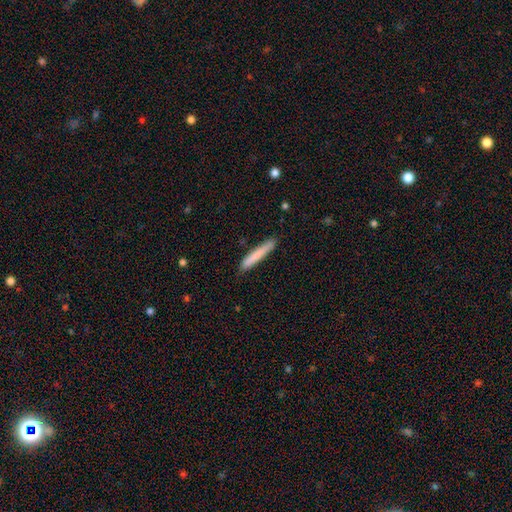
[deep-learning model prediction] smooth_or_featured: smooth (p=0.79) [alt: featured or disk p=0.16]
how_rounded: cigar-shaped (p=0.95) [alt: in between p=0.04]
merging: none (p=0.86) [alt: minor disturbance p=0.10]